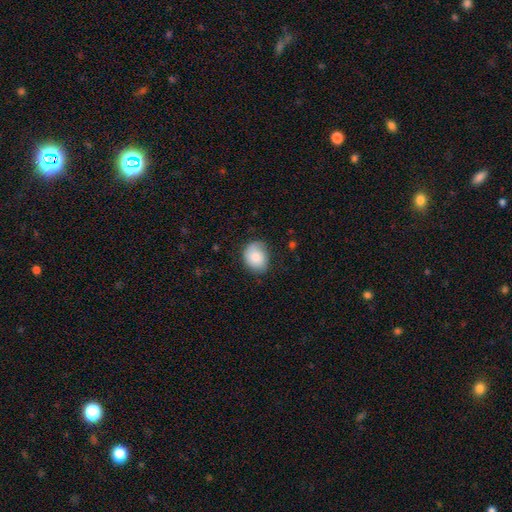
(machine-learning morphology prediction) Smooth or featured?
  - smooth: 81% *
  - featured or disk: 12%
  - star or artifact: 7%
How rounded?
  - in between: 53% *
  - round: 46%
  - cigar-shaped: 1%
Merging?
  - none: 67% *
  - minor disturbance: 26%
  - major disturbance: 6%
  - merger: 1%